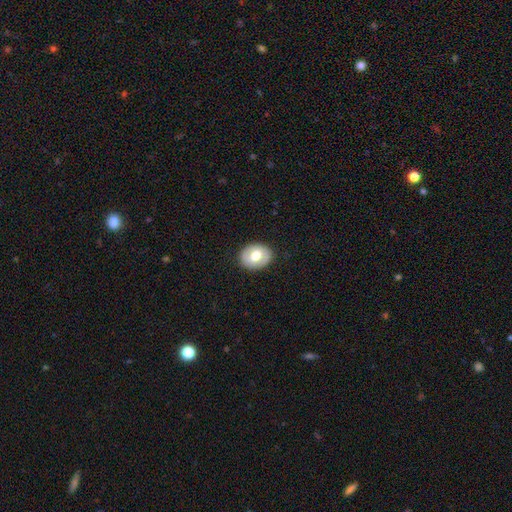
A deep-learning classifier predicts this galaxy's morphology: A smooth galaxy with no disk features (59%) that is in between round and cigar-shaped (56%). Merging: none (87%).